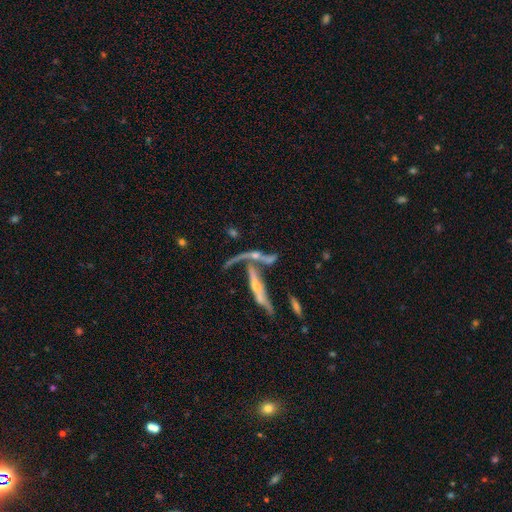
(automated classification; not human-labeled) Smooth or featured: featured or disk — 63% (smooth — 24%)
Edge-on disk: no — 55% (yes — 45%)
Merging: merger — 54% (none — 22%)